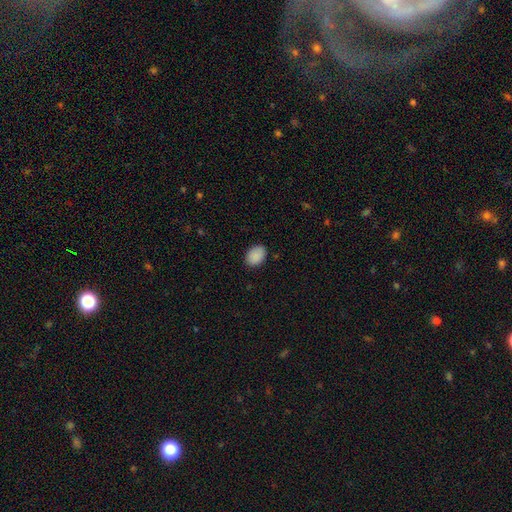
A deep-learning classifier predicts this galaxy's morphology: Q: Smooth or featured?
A: smooth (90%); runner-up: star or artifact (7%)
Q: How rounded?
A: in between (79%); runner-up: round (20%)
Q: Merging?
A: none (87%); runner-up: minor disturbance (10%)